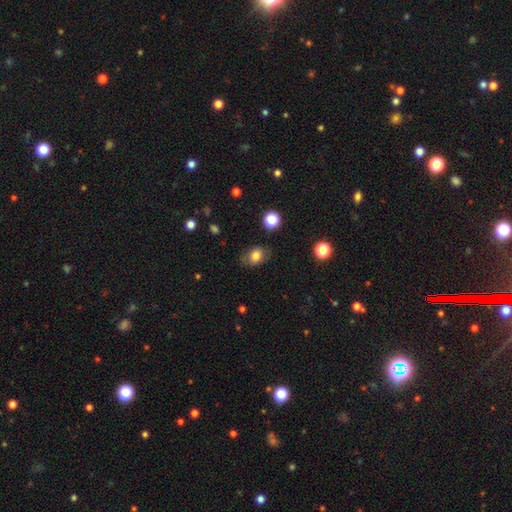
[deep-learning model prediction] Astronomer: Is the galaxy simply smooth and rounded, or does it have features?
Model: smooth — 77%.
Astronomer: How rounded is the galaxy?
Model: in between — 68%.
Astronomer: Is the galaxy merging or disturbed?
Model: none — 74%.